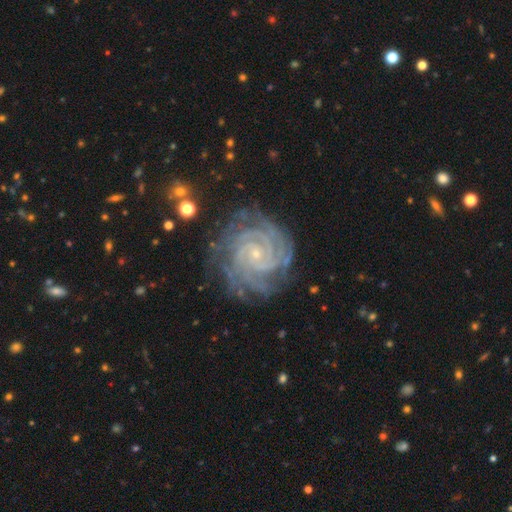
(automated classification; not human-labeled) Smooth or featured: featured or disk — 87% (star or artifact — 8%)
Edge-on disk: no — 98% (yes — 2%)
Bar: no — 67% (weak — 24%)
Spiral arms: yes — 98% (no — 2%)
Spiral winding: tight — 82% (medium — 16%)
Spiral arm count: 4 — 24% (can't tell — 20%)
Bulge size: small — 84% (moderate — 12%)
Merging: none — 80% (minor disturbance — 13%)